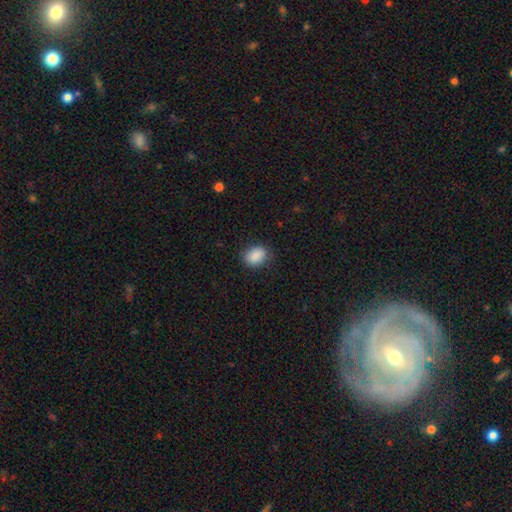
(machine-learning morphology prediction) Smooth or featured: smooth — 89% (star or artifact — 8%)
How rounded: in between — 68% (round — 31%)
Merging: none — 83% (minor disturbance — 13%)